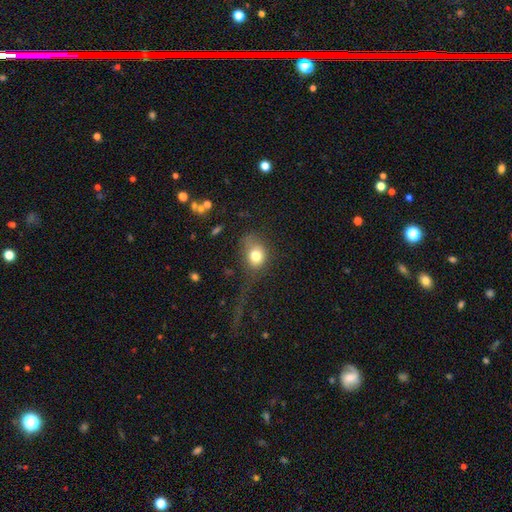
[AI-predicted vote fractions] Morphology: type=smooth (77%); roundness=round (51%); merging=none (40%).